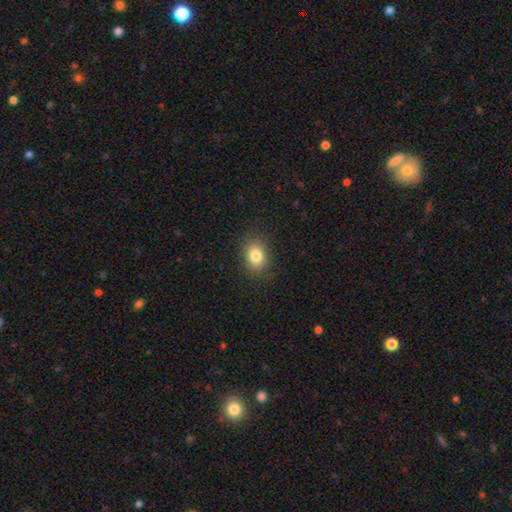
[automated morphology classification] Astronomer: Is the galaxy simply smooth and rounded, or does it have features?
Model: smooth — 82%.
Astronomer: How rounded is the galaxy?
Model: in between — 65%.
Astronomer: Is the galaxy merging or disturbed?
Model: none — 84%.